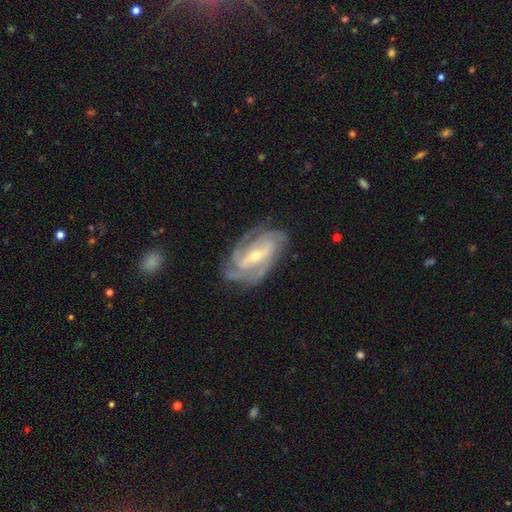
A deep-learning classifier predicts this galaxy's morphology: Smooth or featured? Predicted: featured or disk (p=0.89). Edge-on disk? Predicted: no (p=0.96). Bar? Predicted: strong (p=0.50). Spiral arms? Predicted: yes (p=0.97). Spiral winding? Predicted: tight (p=0.51). Spiral arm count? Predicted: 3 (p=0.38). Bulge size? Predicted: small (p=0.54). Merging? Predicted: none (p=0.75).